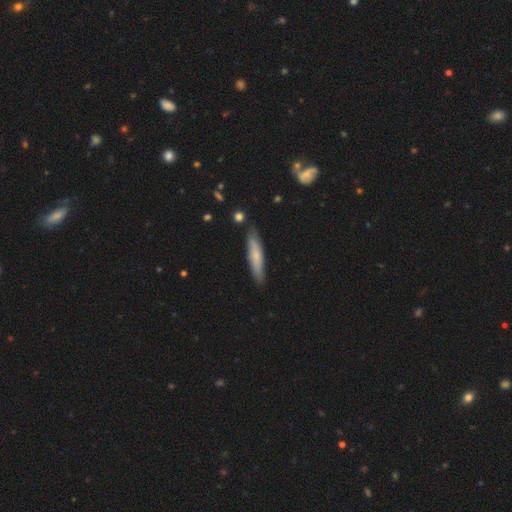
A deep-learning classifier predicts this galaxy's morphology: smooth 66%, featured or disk 29%, star or artifact 6%. Down the decision tree: how rounded — cigar-shaped (88%); merging — none (85%).